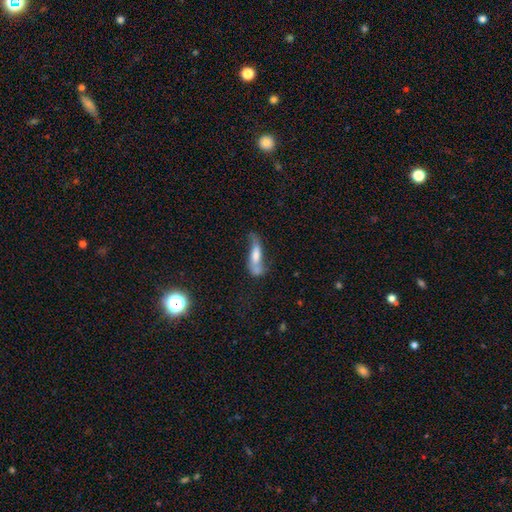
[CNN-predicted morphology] smooth-or-featured: featured or disk: 51% | smooth: 36% | star or artifact: 13%
  disk-edge-on: no: 63% | yes: 37%
  merging: none: 37% | minor disturbance: 22% | merger: 21% | major disturbance: 21%